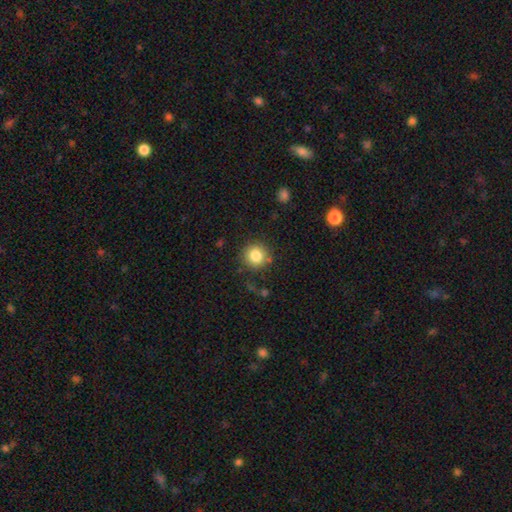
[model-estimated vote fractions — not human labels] Morphology: type=smooth (82%); roundness=round (93%); merging=none (84%).